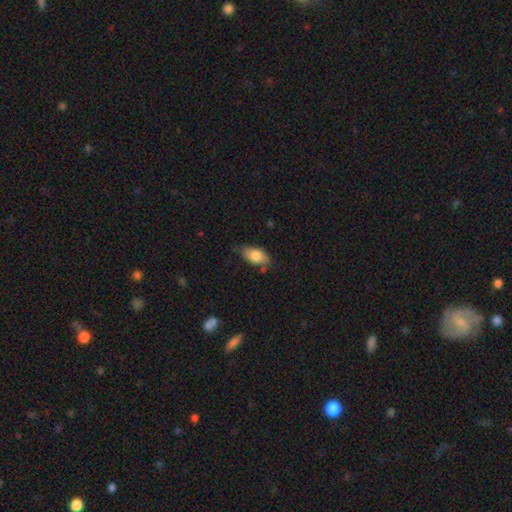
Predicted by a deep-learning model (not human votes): A smooth galaxy with no disk features (79%) that is in between round and cigar-shaped (91%). Merging: none (70%).